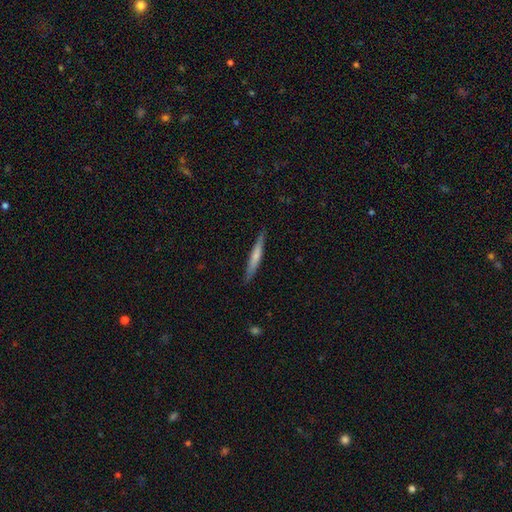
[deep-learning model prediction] A smooth galaxy with no disk features (60%) that is cigar-shaped (95%).

Vote fractions:
- Smooth or featured? smooth: 60% / featured or disk: 35% / star or artifact: 5%
- How rounded? cigar-shaped: 95% / in between: 4% / round: 1%
- Merging? none: 88% / minor disturbance: 9% / major disturbance: 2% / merger: 1%